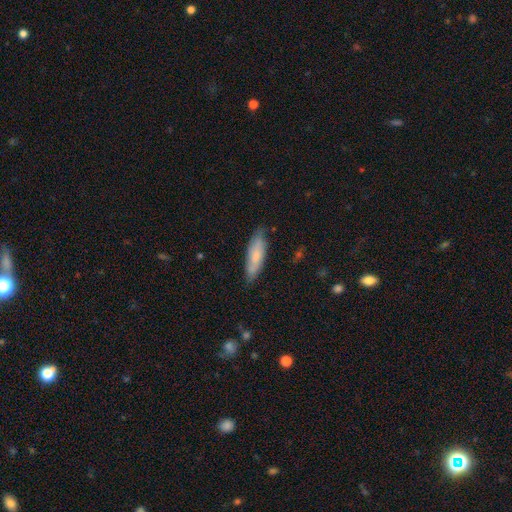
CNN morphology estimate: This is likely a smooth galaxy (68%). How rounded: possibly cigar-shaped (57%). Merging: likely none (76%).